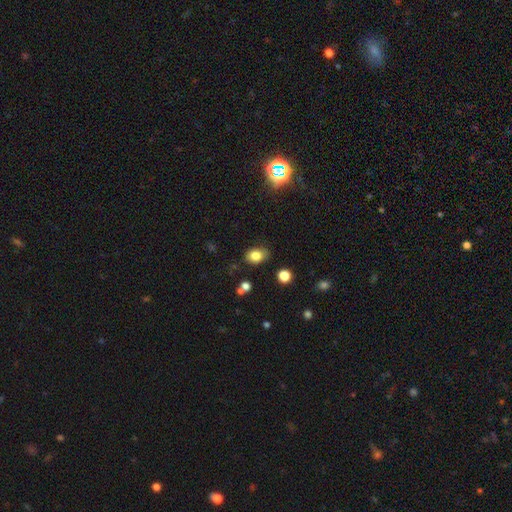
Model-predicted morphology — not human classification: Q: Smooth or featured?
A: smooth (81%); runner-up: star or artifact (11%)
Q: How rounded?
A: in between (73%); runner-up: round (26%)
Q: Merging?
A: none (77%); runner-up: minor disturbance (16%)